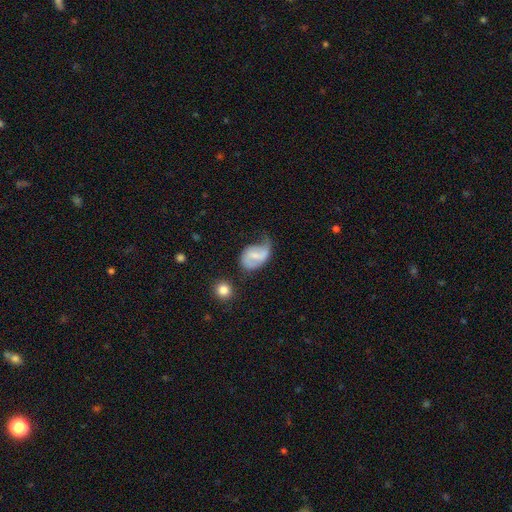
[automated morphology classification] type=featured or disk (56%); edge-on=no (97%); bar=weak (50%); spiral arms=yes (79%); bulge=small (44%); merging=minor disturbance (35%).